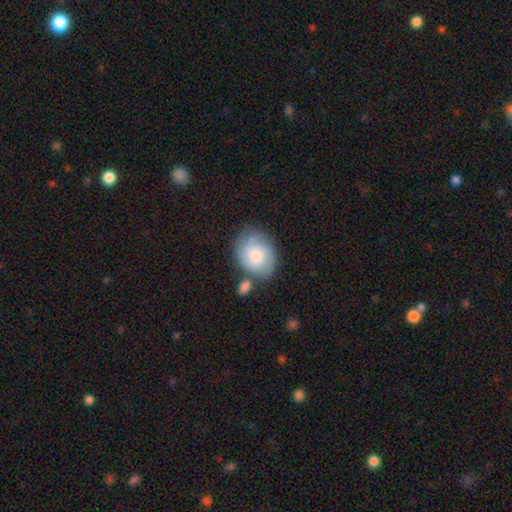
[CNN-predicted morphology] Overall: smooth (47%; featured or disk 46%). Merging: none (54%; minor disturbance 21%).